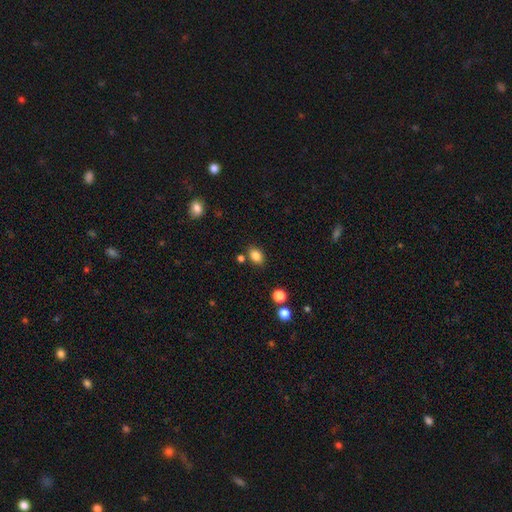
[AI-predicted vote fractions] Overall: smooth (84%). How rounded: in between (73%). Merging: none (80%).